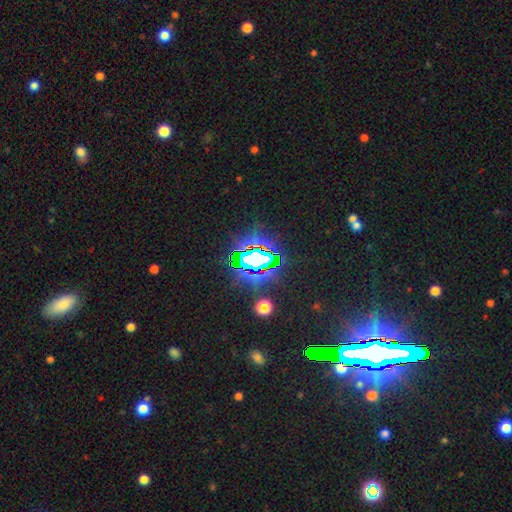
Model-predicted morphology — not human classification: The model was most divided on "smooth or featured": star or artifact: 84%, smooth: 8%, featured or disk: 8%.